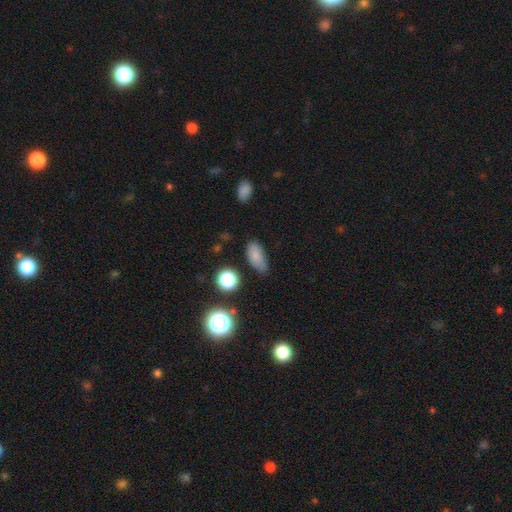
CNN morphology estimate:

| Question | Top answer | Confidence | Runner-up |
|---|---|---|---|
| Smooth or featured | smooth | 78% | star or artifact (12%) |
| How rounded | in between | 86% | cigar-shaped (7%) |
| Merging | none | 68% | minor disturbance (24%) |